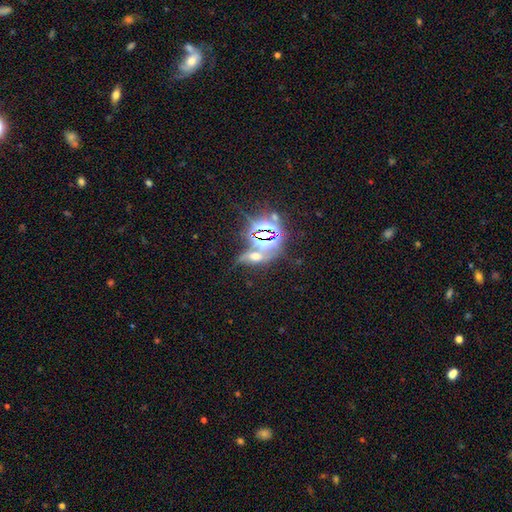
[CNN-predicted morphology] Smooth or featured? star or artifact (56%)